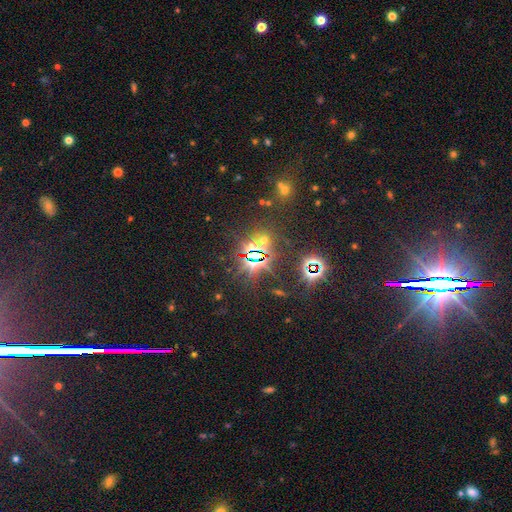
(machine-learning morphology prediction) smooth_or_featured: star or artifact (p=0.79) [alt: smooth p=0.12]